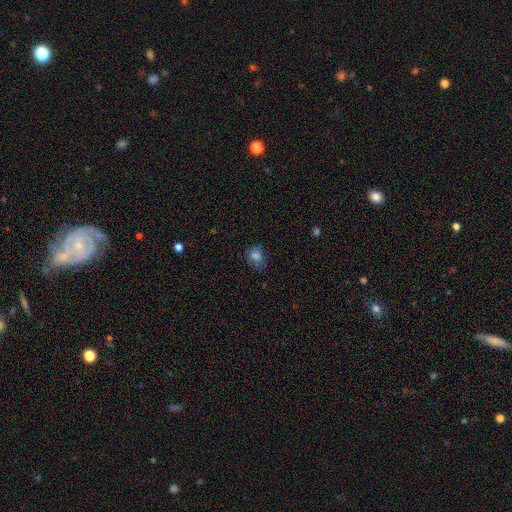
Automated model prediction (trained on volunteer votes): This appears to be a smooth galaxy with no disk features (75%) that is round (52%). Merging: none (59%).